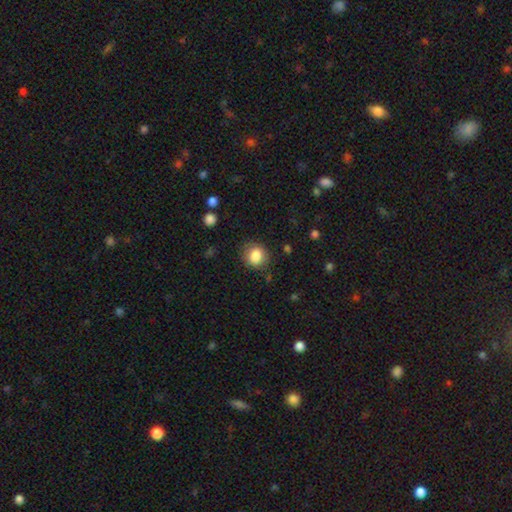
smooth-or-featured: smooth: 82% | star or artifact: 10% | featured or disk: 8%
  how-rounded: round: 84% | in between: 16% | cigar-shaped: 0%
  merging: none: 83% | minor disturbance: 11% | major disturbance: 6% | merger: 0%